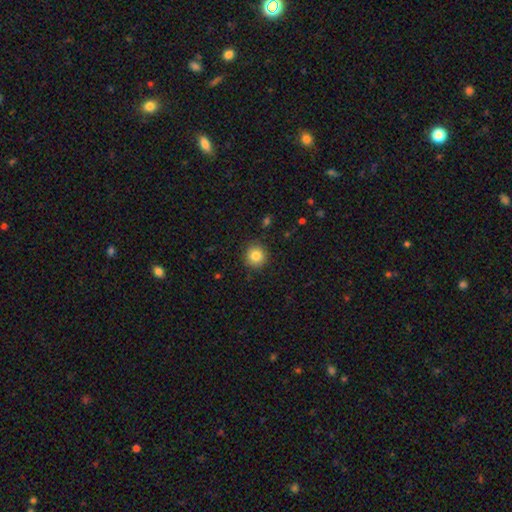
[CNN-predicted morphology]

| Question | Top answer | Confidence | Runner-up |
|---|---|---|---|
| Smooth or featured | smooth | 83% | star or artifact (10%) |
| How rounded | round | 91% | in between (8%) |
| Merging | none | 90% | minor disturbance (7%) |